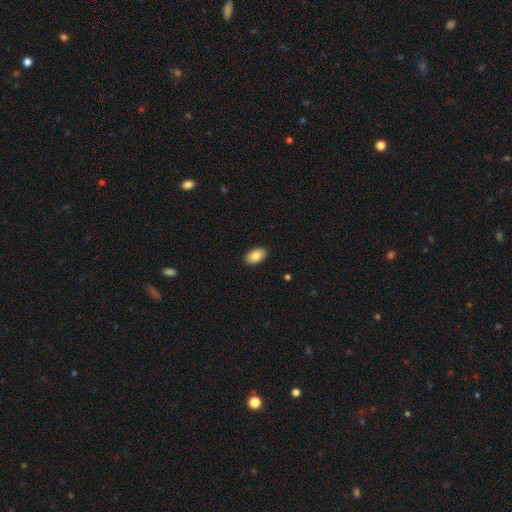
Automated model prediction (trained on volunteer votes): Q: Smooth or featured?
A: smooth (83%); runner-up: featured or disk (10%)
Q: How rounded?
A: in between (94%); runner-up: round (5%)
Q: Merging?
A: none (90%); runner-up: minor disturbance (7%)